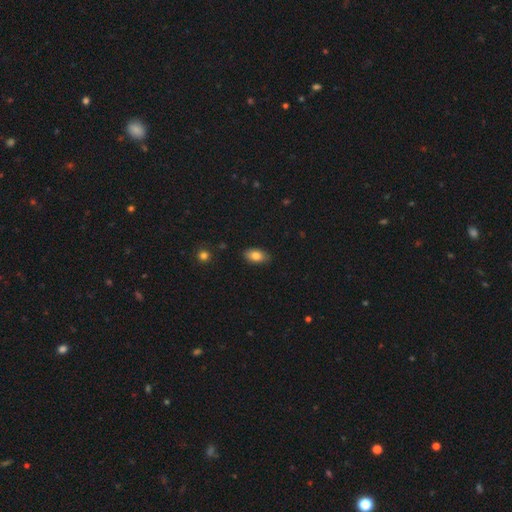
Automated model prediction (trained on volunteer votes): smooth-or-featured: smooth: 81% | featured or disk: 11% | star or artifact: 8%
  how-rounded: in between: 91% | round: 6% | cigar-shaped: 3%
  merging: none: 85% | minor disturbance: 12% | major disturbance: 2% | merger: 1%